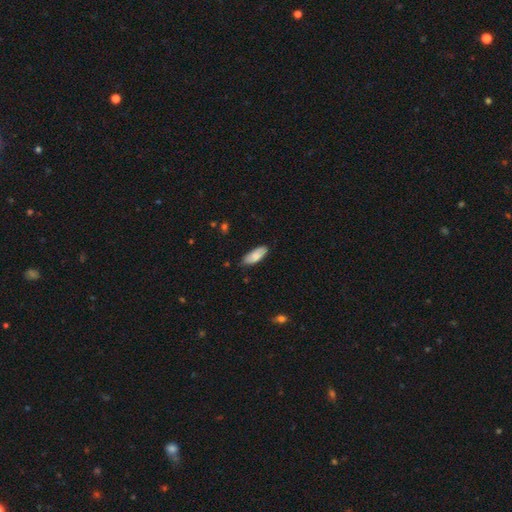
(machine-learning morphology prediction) A smooth galaxy with no disk features (83%) that is in between round and cigar-shaped (76%).

Vote fractions:
- Smooth or featured? smooth: 83% / featured or disk: 11% / star or artifact: 6%
- How rounded? in between: 76% / cigar-shaped: 23% / round: 2%
- Merging? none: 80% / minor disturbance: 17% / major disturbance: 2% / merger: 1%